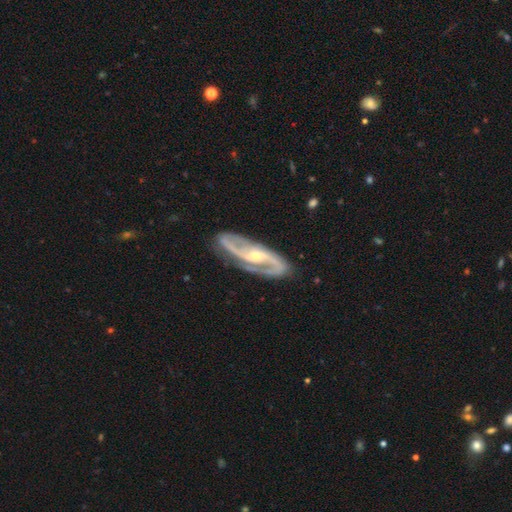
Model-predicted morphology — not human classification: featured or disk 91%, smooth 5%, star or artifact 4%. Down the decision tree: edge-on disk — no (93%); bar — no (39%); spiral arms — yes (98%); spiral arm count — 2 (90%); spiral winding — medium (55%); bulge size — small (54%); merging — none (80%).